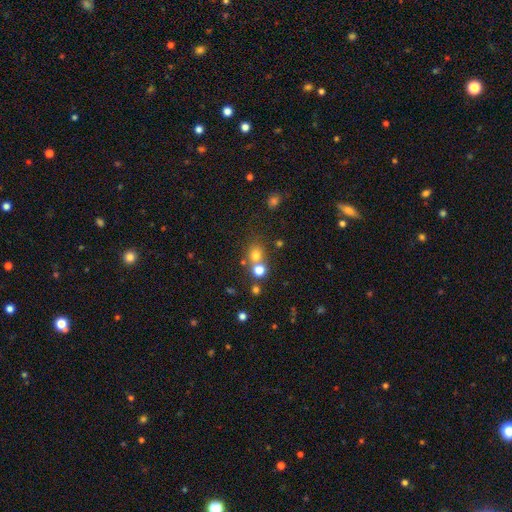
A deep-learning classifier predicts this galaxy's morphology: Smooth or featured? Predicted: smooth (p=0.71). How rounded? Predicted: round (p=0.77). Merging? Predicted: none (p=0.55).